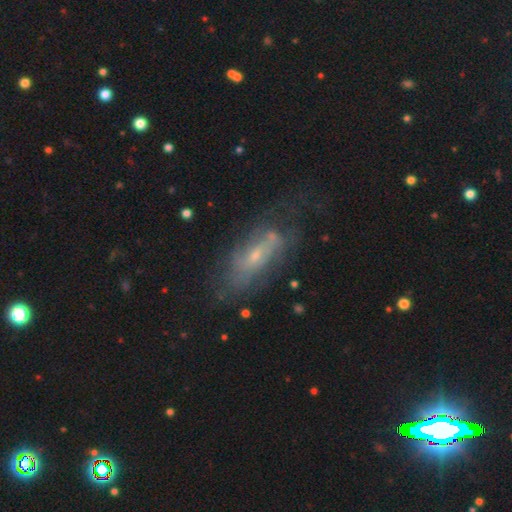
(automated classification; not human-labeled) Smooth or featured? featured or disk (64%)
Edge-on disk? no (81%)
Bar? no (59%)
Spiral arms? yes (59%)
Bulge size? small (67%)
Merging? none (54%)